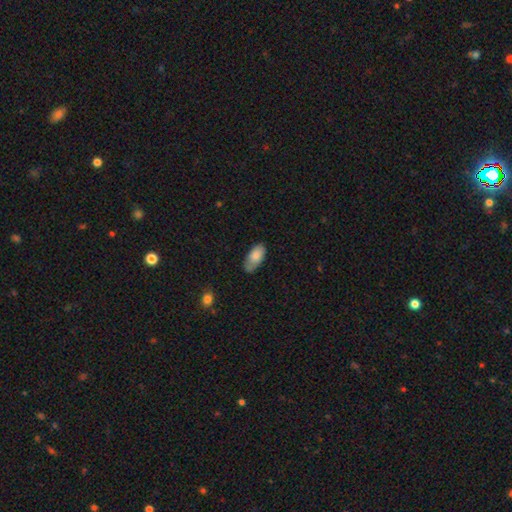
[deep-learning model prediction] This is likely a smooth galaxy (79%). How rounded: clearly in between (93%). Merging: likely none (61%).